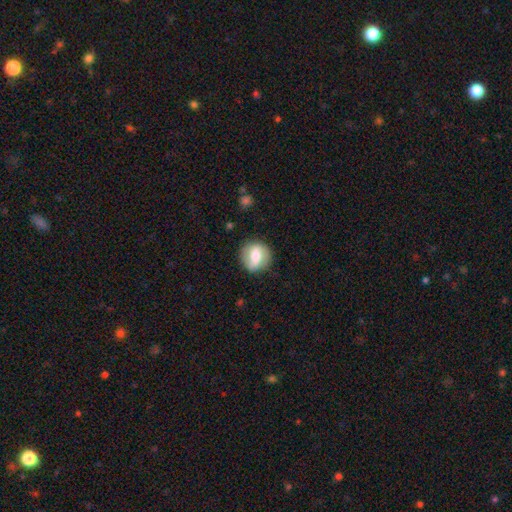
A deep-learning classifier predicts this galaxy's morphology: Smooth or featured: smooth — 51% (featured or disk — 42%)
How rounded: round — 81% (in between — 17%)
Merging: none — 83% (minor disturbance — 12%)